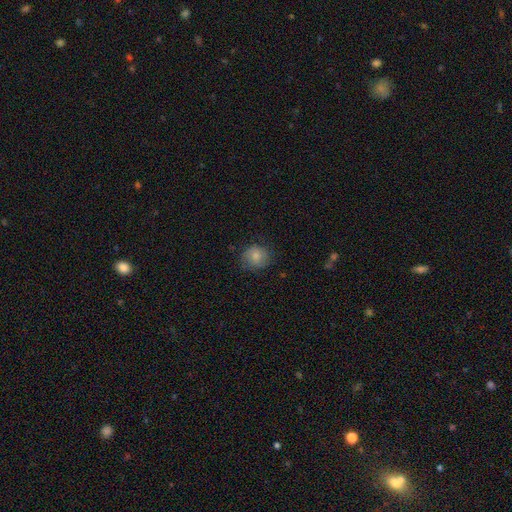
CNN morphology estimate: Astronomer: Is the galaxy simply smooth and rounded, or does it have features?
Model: smooth — 80%.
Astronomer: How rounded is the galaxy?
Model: round — 82%.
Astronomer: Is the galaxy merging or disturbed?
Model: none — 76%.